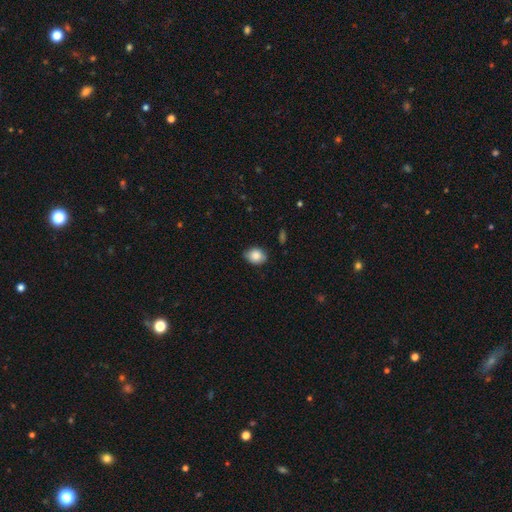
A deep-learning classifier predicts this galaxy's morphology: This appears to be a smooth galaxy with no disk features (85%) that is in between round and cigar-shaped (53%). Merging: none (79%).